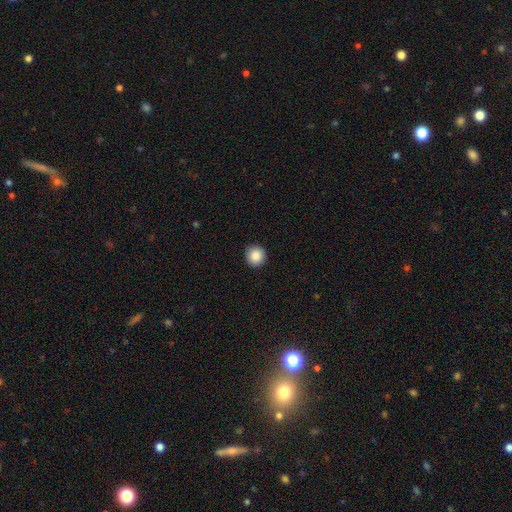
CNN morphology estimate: Overall: smooth (87%). How rounded: round (94%). Merging: none (92%).